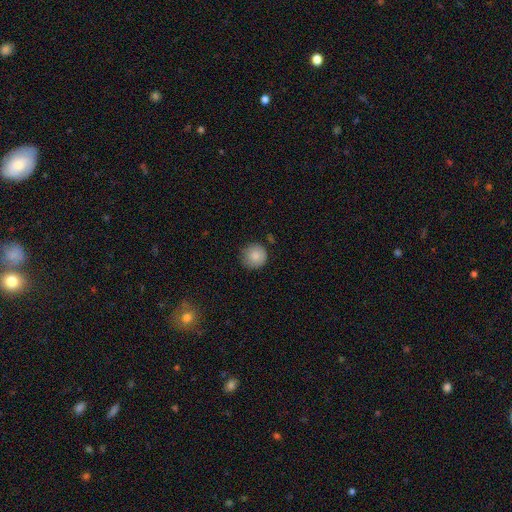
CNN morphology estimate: smooth 86%, star or artifact 8%, featured or disk 6%. Down the decision tree: how rounded — round (95%); merging — none (82%).